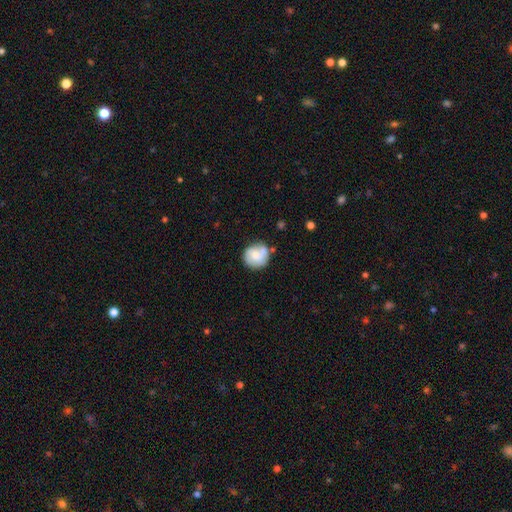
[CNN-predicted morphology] smooth-or-featured: smooth: 49% | featured or disk: 44% | star or artifact: 7%
  merging: none: 65% | minor disturbance: 21% | merger: 8% | major disturbance: 6%